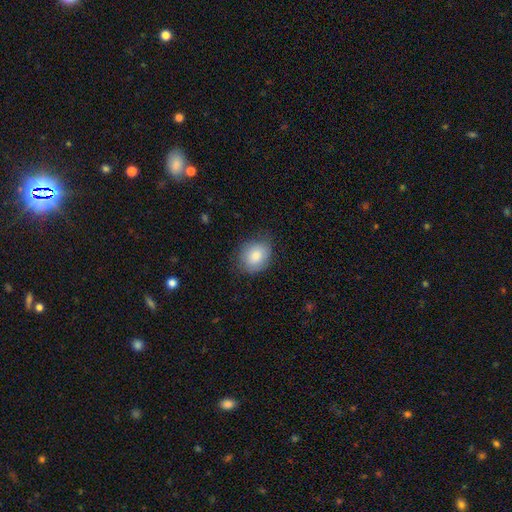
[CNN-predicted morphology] smooth-or-featured: smooth: 81% | featured or disk: 12% | star or artifact: 7%
  how-rounded: round: 52% | in between: 47% | cigar-shaped: 1%
  merging: none: 72% | minor disturbance: 22% | major disturbance: 5% | merger: 1%